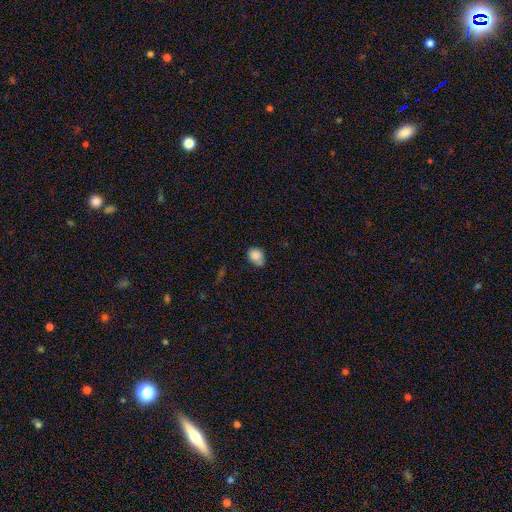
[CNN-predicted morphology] A smooth galaxy with no disk features (85%) that is in between round and cigar-shaped (51%).

Vote fractions:
- Smooth or featured? smooth: 85% / star or artifact: 9% / featured or disk: 6%
- How rounded? in between: 51% / round: 48% / cigar-shaped: 1%
- Merging? none: 53% / minor disturbance: 34% / major disturbance: 7% / merger: 6%